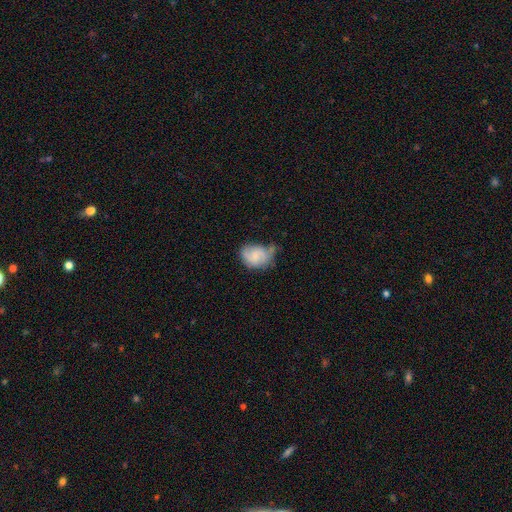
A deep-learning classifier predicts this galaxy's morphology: The model was most divided on "merging": none: 41%, minor disturbance: 37%, major disturbance: 15%, merger: 7%. More confident: how rounded — in between (60%); smooth or featured — smooth (50%).